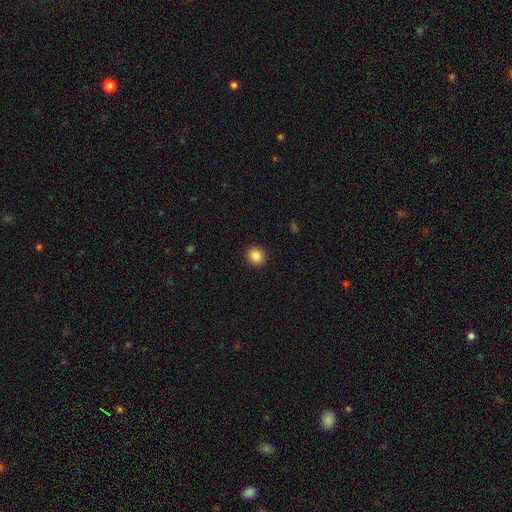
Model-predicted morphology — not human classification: Q: Smooth or featured?
A: smooth (87%); runner-up: star or artifact (9%)
Q: How rounded?
A: round (80%); runner-up: in between (19%)
Q: Merging?
A: none (92%); runner-up: minor disturbance (5%)